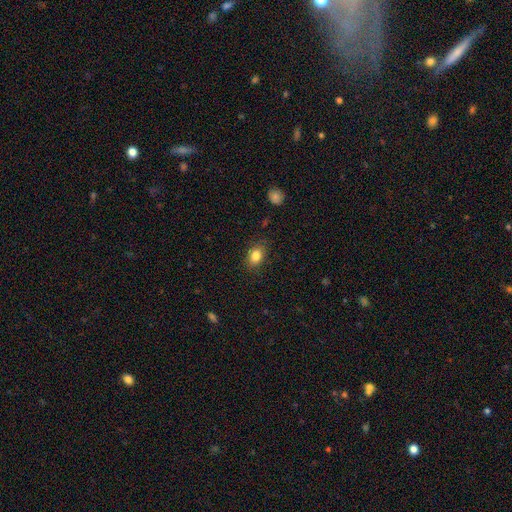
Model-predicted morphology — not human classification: smooth 84%, star or artifact 9%, featured or disk 7%. Down the decision tree: how rounded — in between (75%); merging — none (82%).